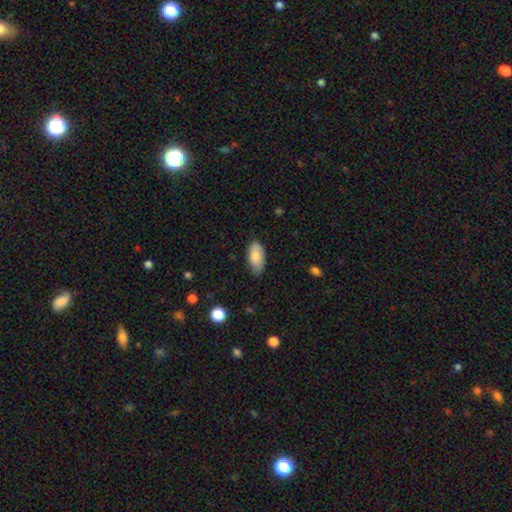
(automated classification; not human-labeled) smooth_or_featured: smooth (p=0.84) [alt: featured or disk p=0.09]
how_rounded: in between (p=0.93) [alt: cigar-shaped p=0.05]
merging: none (p=0.72) [alt: minor disturbance p=0.23]